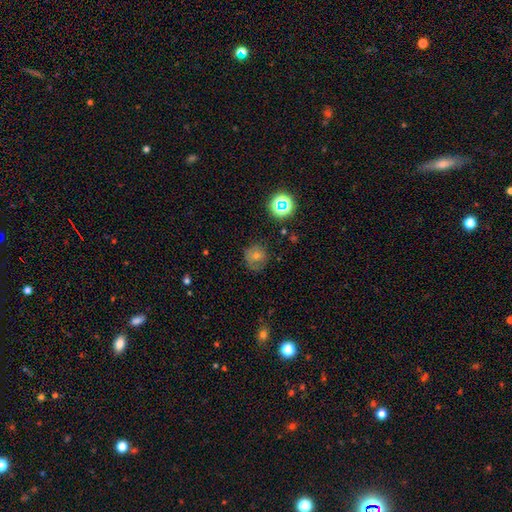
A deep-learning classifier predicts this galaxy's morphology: Smooth or featured: smooth — 68% (star or artifact — 17%)
How rounded: round — 88% (in between — 11%)
Merging: none — 70% (minor disturbance — 21%)